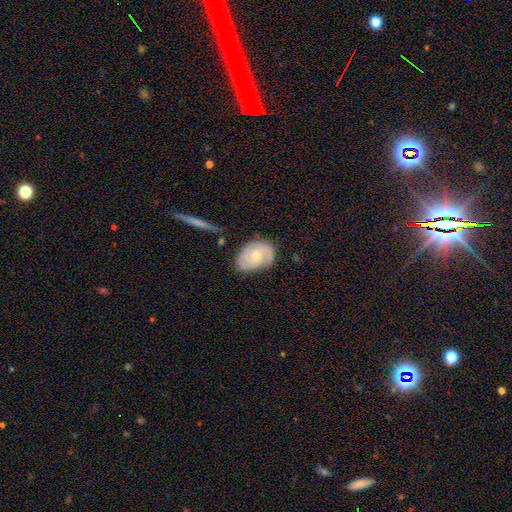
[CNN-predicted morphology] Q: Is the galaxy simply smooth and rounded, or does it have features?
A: featured or disk — 68%.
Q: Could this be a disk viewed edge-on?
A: no — 96%.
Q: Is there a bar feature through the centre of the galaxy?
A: no — 70%.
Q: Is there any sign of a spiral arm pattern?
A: yes — 92%.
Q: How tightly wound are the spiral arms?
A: tight — 46%.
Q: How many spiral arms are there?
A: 2 — 62%.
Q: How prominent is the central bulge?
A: small — 52%.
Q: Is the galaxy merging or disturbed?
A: none — 70%.